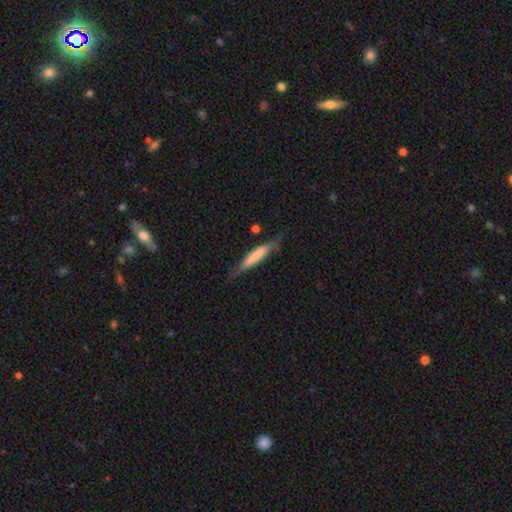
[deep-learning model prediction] Overall: smooth (65%; featured or disk 30%). How rounded: cigar-shaped (89%). Merging: none (67%).